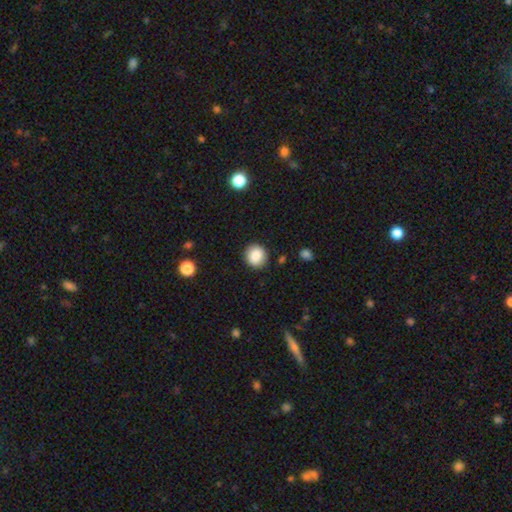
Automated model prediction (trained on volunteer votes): Smooth or featured: smooth — 87% (star or artifact — 9%)
How rounded: round — 88% (in between — 11%)
Merging: none — 89% (minor disturbance — 8%)